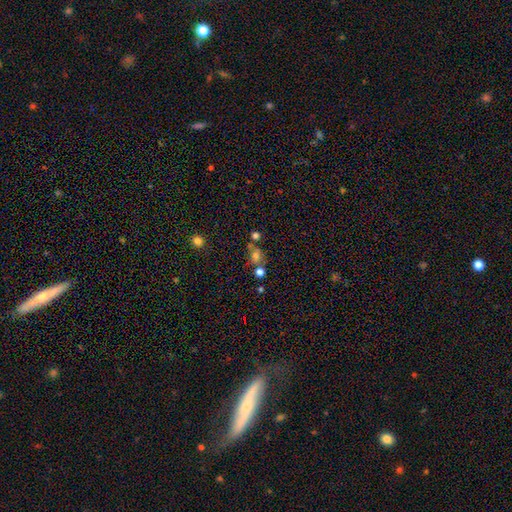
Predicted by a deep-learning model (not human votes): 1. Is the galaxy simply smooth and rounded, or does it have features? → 61% smooth, 23% star or artifact, 17% featured or disk.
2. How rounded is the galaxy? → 49% in between, 48% round, 3% cigar-shaped.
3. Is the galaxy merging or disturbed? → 48% none, 27% merger, 16% minor disturbance, 10% major disturbance.